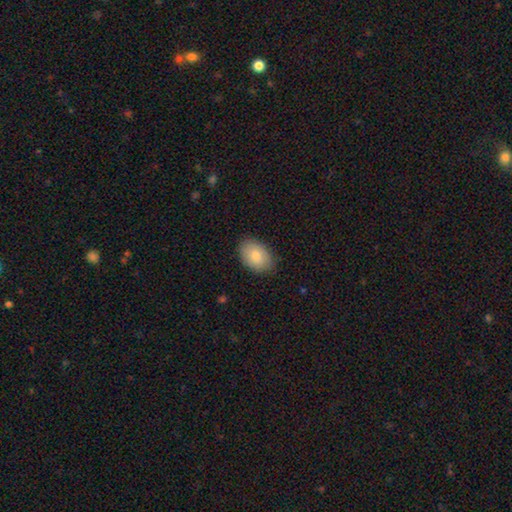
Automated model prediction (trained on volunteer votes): smooth 82%, featured or disk 12%, star or artifact 7%. Down the decision tree: how rounded — in between (86%); merging — none (86%).